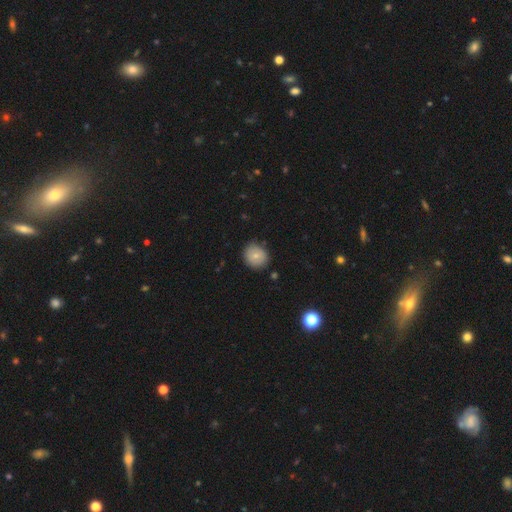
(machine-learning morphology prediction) Q: Smooth or featured?
A: smooth (73%); runner-up: featured or disk (18%)
Q: How rounded?
A: round (78%); runner-up: in between (21%)
Q: Merging?
A: none (82%); runner-up: minor disturbance (13%)